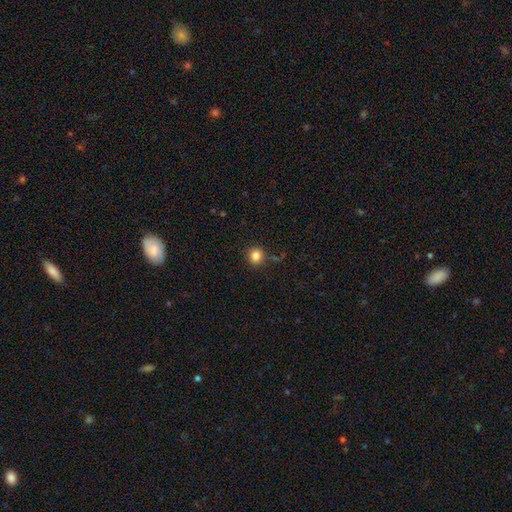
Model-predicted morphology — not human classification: This appears to be a smooth galaxy with no disk features (84%) that is round (88%). Merging: none (85%).